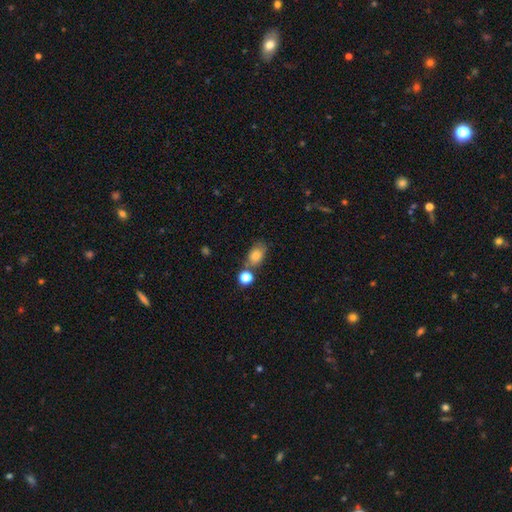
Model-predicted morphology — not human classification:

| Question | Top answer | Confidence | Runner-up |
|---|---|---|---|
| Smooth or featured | smooth | 81% | star or artifact (10%) |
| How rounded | in between | 77% | round (21%) |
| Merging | none | 55% | merger (19%) |